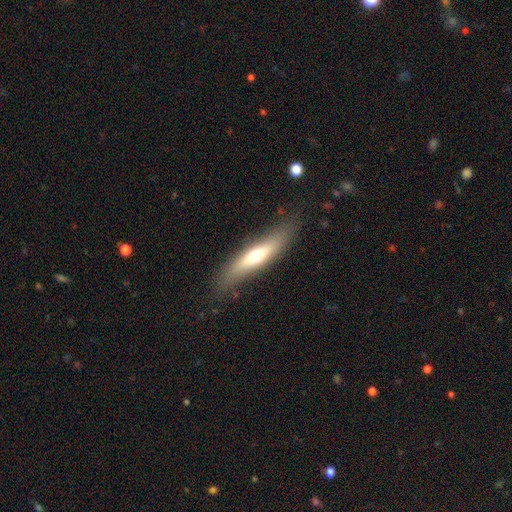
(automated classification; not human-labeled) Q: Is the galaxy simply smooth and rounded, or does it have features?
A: smooth — 54%.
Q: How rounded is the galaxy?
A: cigar-shaped — 77%.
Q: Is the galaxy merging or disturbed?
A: none — 83%.